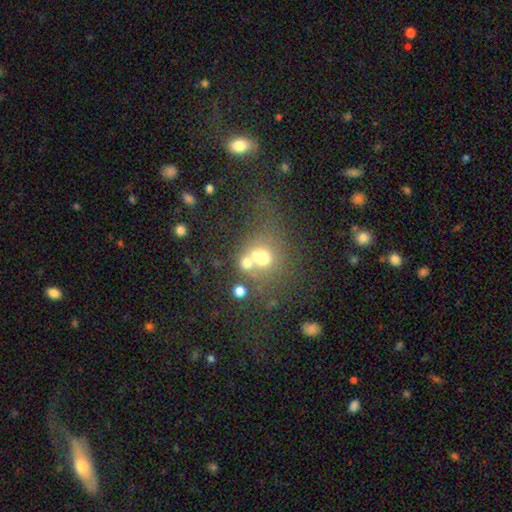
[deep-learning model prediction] smooth_or_featured: smooth (p=0.56) [alt: featured or disk p=0.24]
how_rounded: round (p=0.75) [alt: in between p=0.24]
merging: merger (p=0.46) [alt: none p=0.34]